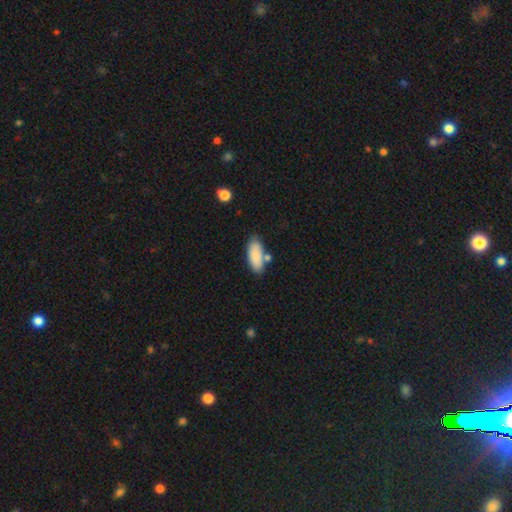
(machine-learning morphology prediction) smooth 85%, featured or disk 8%, star or artifact 7%. Down the decision tree: how rounded — in between (82%); merging — none (70%).